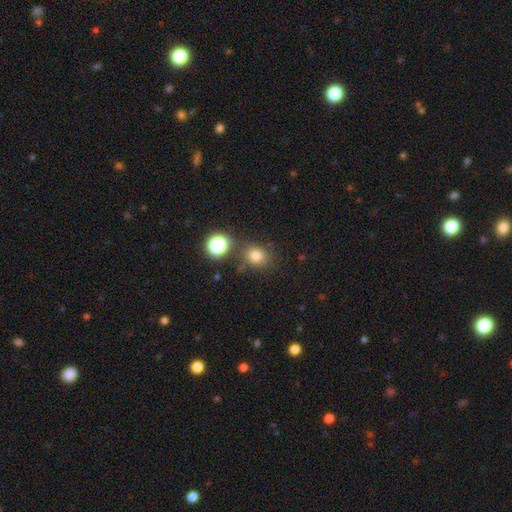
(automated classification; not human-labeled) This appears to be a smooth galaxy with no disk features (75%) that is round (66%). Merging: none (75%).